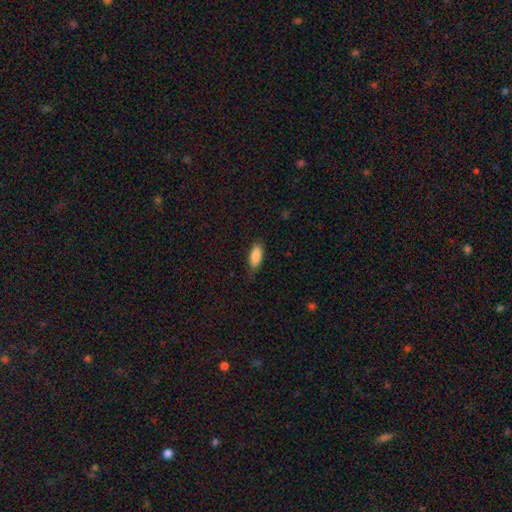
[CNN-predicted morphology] The model was most divided on "merging": none: 74%, minor disturbance: 21%, major disturbance: 4%, merger: 1%. More confident: smooth or featured — smooth (88%); how rounded — in between (83%).